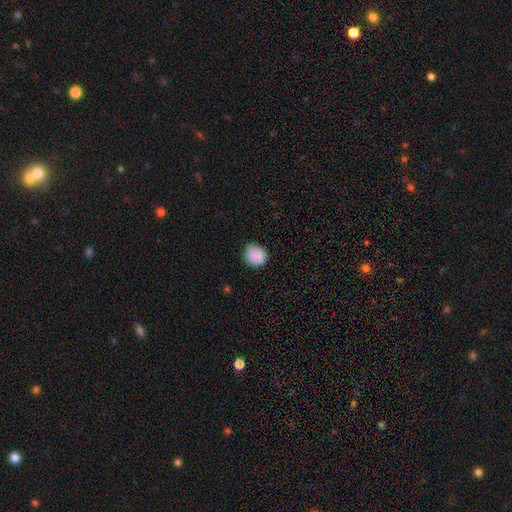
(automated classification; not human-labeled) Smooth or featured? smooth (88%)
How rounded? round (82%)
Merging? none (77%)